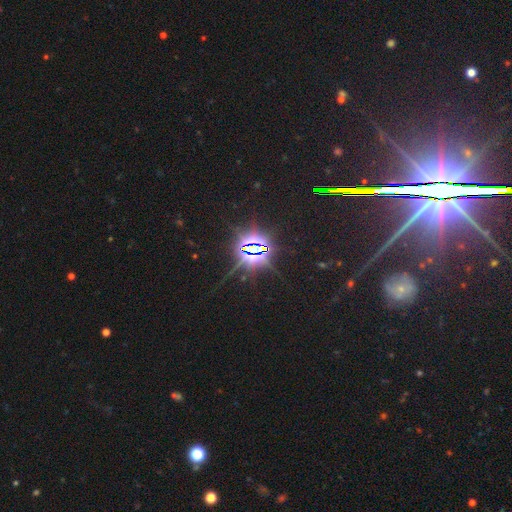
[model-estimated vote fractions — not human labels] This appears to be a star or artifact, not a galaxy (86%).